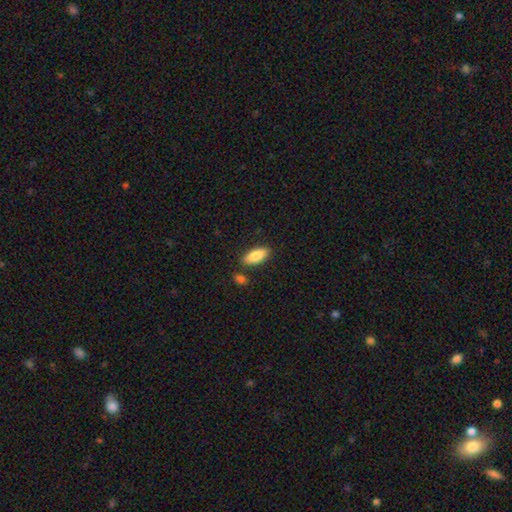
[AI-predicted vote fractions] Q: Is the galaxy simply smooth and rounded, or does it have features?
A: smooth — 86%.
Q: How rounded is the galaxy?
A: in between — 81%.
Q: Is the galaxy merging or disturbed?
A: none — 82%.